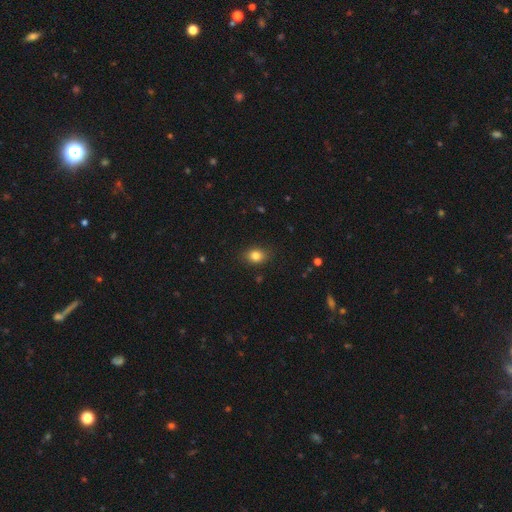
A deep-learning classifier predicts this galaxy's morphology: The model was most divided on "how rounded": in between: 60%, round: 39%, cigar-shaped: 1%. More confident: merging — none (85%); smooth or featured — smooth (82%).